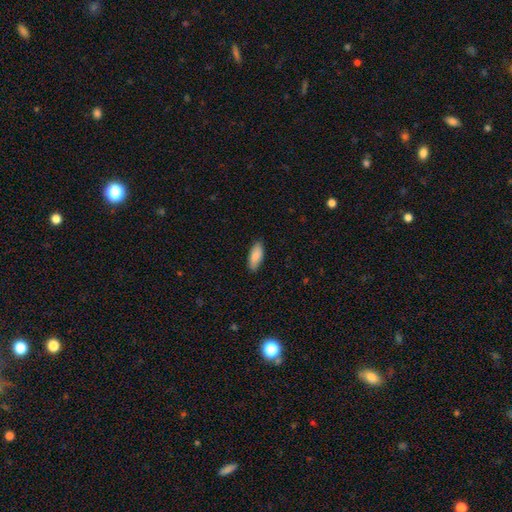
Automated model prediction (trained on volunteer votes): Q: Smooth or featured?
A: smooth (88%); runner-up: featured or disk (6%)
Q: How rounded?
A: in between (78%); runner-up: cigar-shaped (20%)
Q: Merging?
A: none (87%); runner-up: minor disturbance (10%)